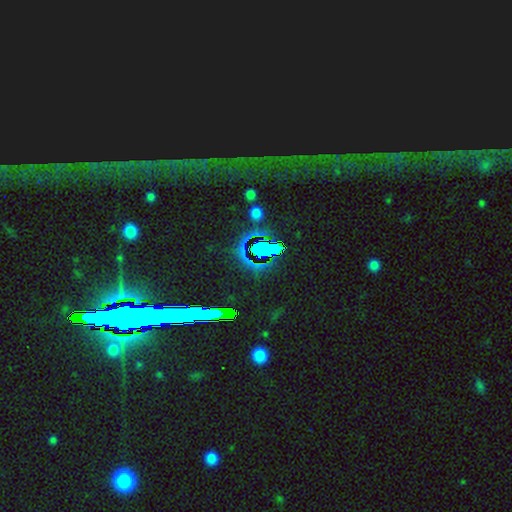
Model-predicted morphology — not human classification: Smooth or featured: star or artifact — 75% (smooth — 16%)